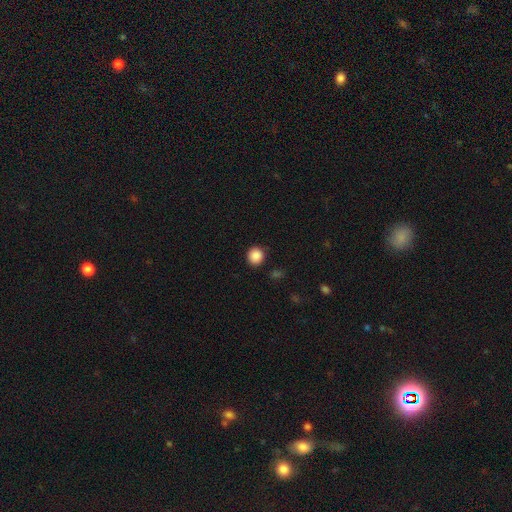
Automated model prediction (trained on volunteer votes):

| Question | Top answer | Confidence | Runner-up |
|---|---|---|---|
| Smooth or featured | smooth | 88% | star or artifact (9%) |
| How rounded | round | 90% | in between (9%) |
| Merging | none | 89% | minor disturbance (7%) |